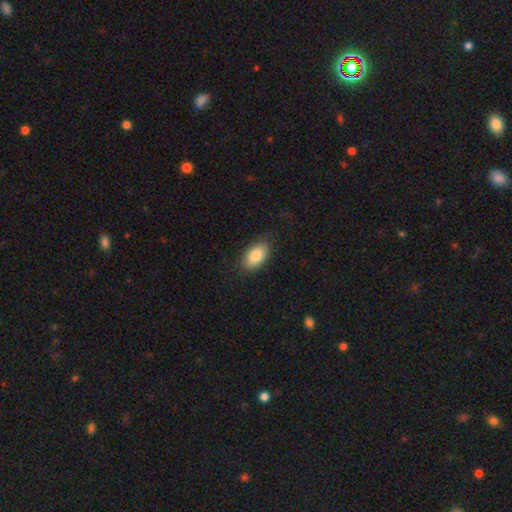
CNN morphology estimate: The model was most divided on "smooth or featured": smooth: 82%, featured or disk: 11%, star or artifact: 7%. More confident: how rounded — in between (93%); merging — none (85%).